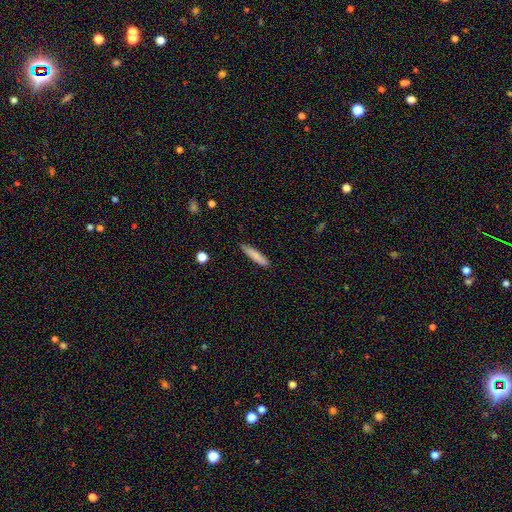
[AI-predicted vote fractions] Smooth or featured: smooth — 80% (featured or disk — 13%)
How rounded: cigar-shaped — 85% (in between — 13%)
Merging: none — 85% (minor disturbance — 12%)